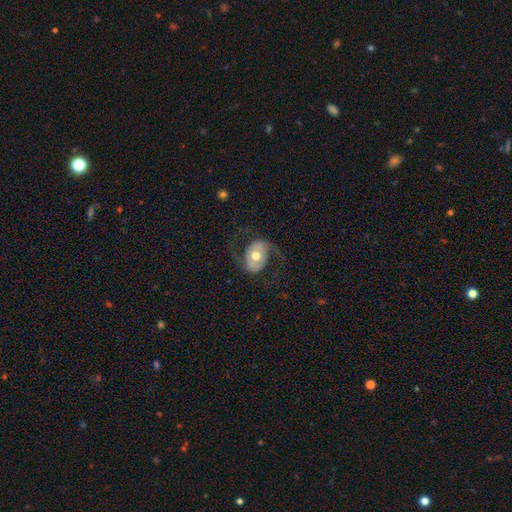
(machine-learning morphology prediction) Smooth or featured? Predicted: featured or disk (p=0.74). Edge-on disk? Predicted: no (p=0.97). Bar? Predicted: no (p=0.62). Spiral arms? Predicted: yes (p=0.85). Spiral winding? Predicted: loose (p=0.54). Spiral arm count? Predicted: 2 (p=0.91). Bulge size? Predicted: moderate (p=0.71). Merging? Predicted: none (p=0.67).